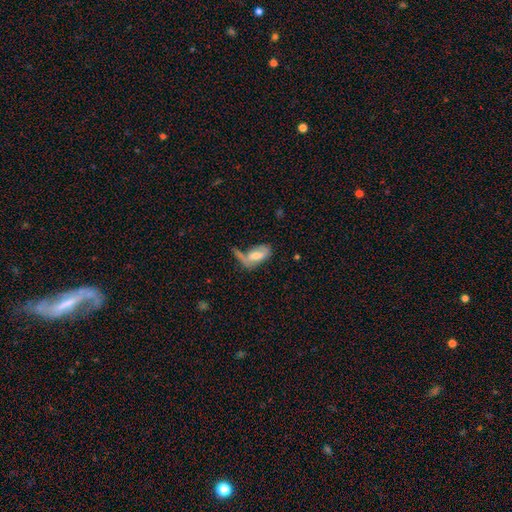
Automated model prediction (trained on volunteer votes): smooth_or_featured: smooth (p=0.58) [alt: featured or disk p=0.35]
how_rounded: in between (p=0.90) [alt: cigar-shaped p=0.06]
merging: major disturbance (p=0.31) [alt: none p=0.27]